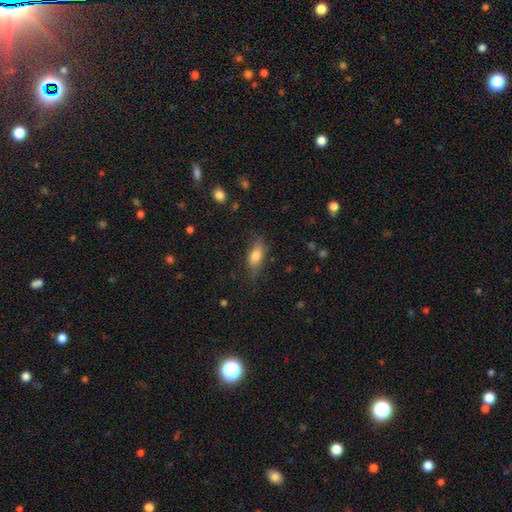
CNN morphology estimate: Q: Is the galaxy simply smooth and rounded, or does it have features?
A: smooth — 76%.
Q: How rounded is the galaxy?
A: in between — 78%.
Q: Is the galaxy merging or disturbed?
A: none — 68%.